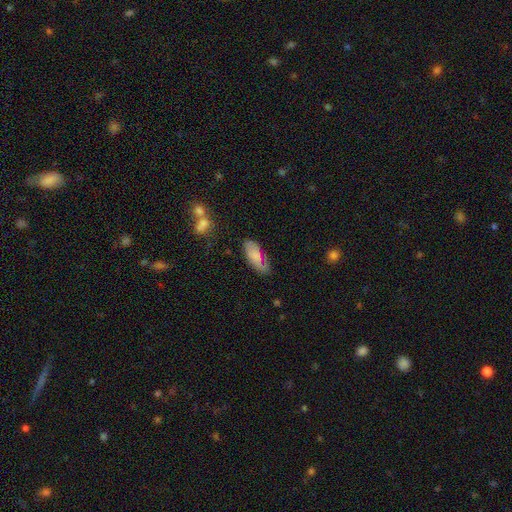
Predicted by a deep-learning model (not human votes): smooth_or_featured: smooth (p=0.69) [alt: featured or disk p=0.22]
how_rounded: in between (p=0.85) [alt: cigar-shaped p=0.13]
merging: none (p=0.68) [alt: minor disturbance p=0.23]